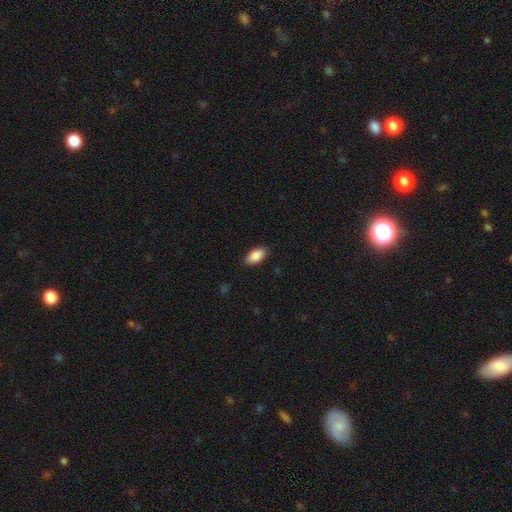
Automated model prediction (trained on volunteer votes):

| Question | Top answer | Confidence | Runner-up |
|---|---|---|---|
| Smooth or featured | smooth | 89% | star or artifact (7%) |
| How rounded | in between | 93% | cigar-shaped (4%) |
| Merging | none | 87% | minor disturbance (10%) |